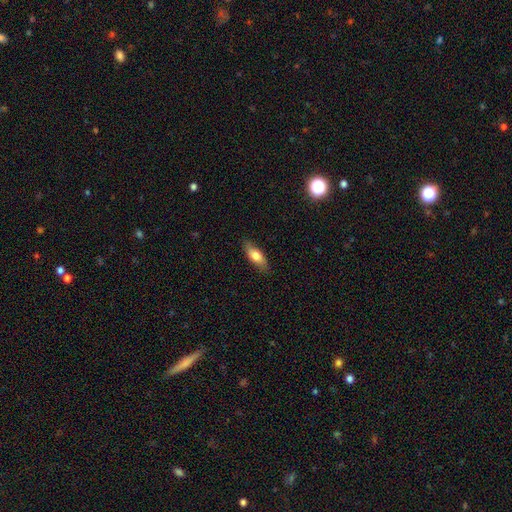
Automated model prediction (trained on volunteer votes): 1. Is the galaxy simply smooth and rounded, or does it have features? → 71% smooth, 23% featured or disk, 6% star or artifact.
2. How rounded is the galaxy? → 70% in between, 27% cigar-shaped, 3% round.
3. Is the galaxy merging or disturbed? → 82% none, 14% minor disturbance, 3% major disturbance, 1% merger.